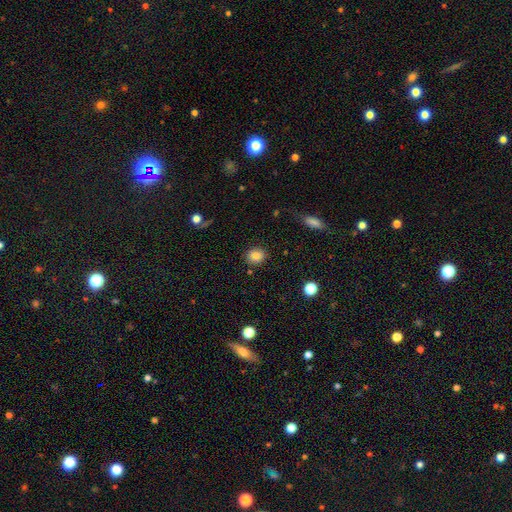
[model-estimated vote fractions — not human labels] A smooth galaxy with no disk features (84%) that is round (70%). Merging: none (87%).